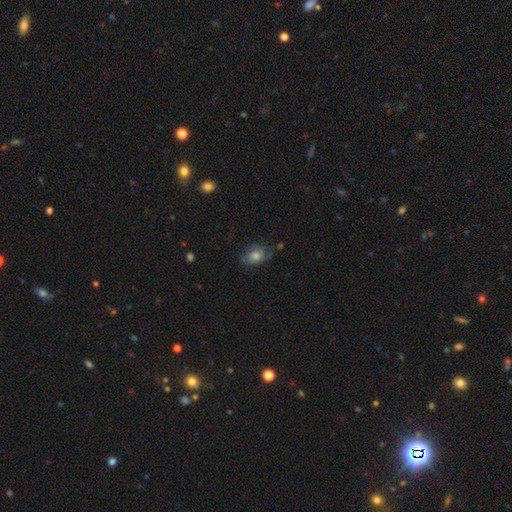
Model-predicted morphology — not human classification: This appears to be a smooth galaxy with no disk features (55%) that is in between round and cigar-shaped (64%). Merging: none (63%).